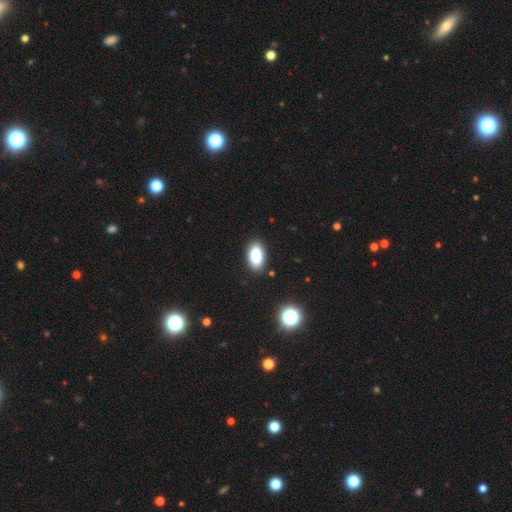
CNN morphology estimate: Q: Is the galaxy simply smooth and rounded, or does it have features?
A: smooth — 84%.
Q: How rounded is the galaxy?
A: in between — 93%.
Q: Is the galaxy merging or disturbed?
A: none — 88%.